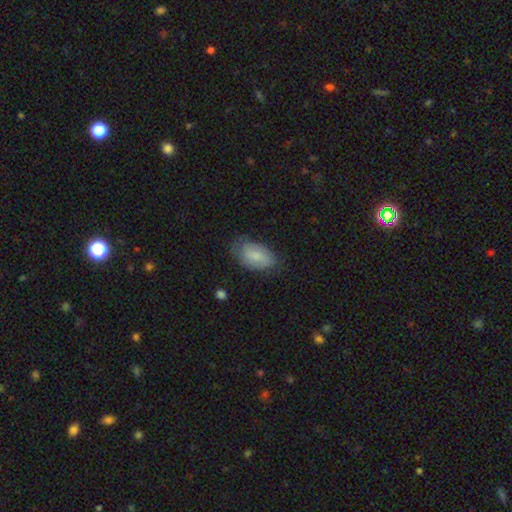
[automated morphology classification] This is likely a smooth galaxy (79%). How rounded: clearly in between (93%). Merging: likely none (65%).